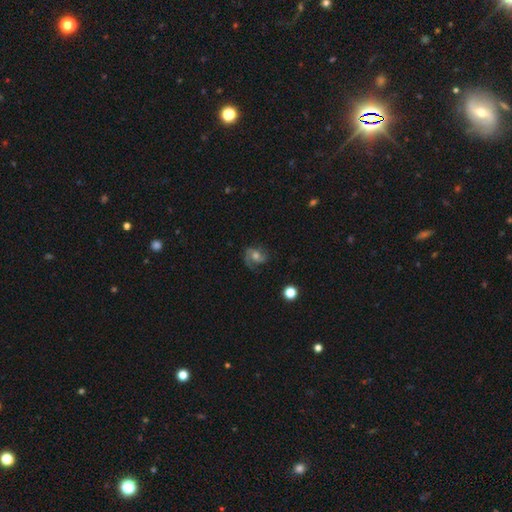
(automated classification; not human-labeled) Smooth or featured: featured or disk — 71% (smooth — 19%)
Edge-on disk: no — 97% (yes — 3%)
Bar: no — 60% (weak — 33%)
Spiral arms: yes — 92% (no — 8%)
Spiral winding: medium — 49% (tight — 28%)
Spiral arm count: 2 — 66% (1 — 16%)
Bulge size: moderate — 63% (small — 20%)
Merging: none — 66% (minor disturbance — 19%)